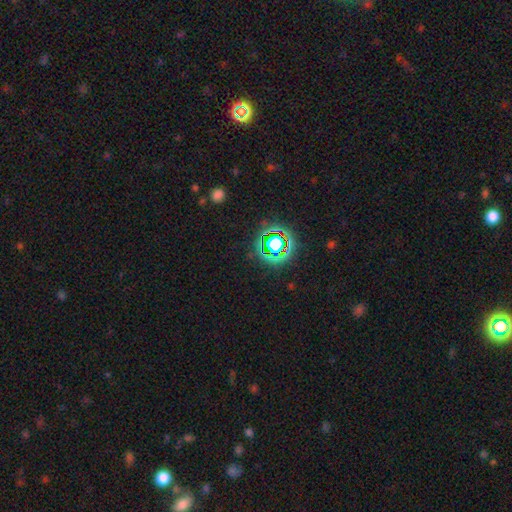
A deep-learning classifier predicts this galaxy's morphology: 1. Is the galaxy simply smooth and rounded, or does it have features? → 74% star or artifact, 18% smooth, 8% featured or disk.